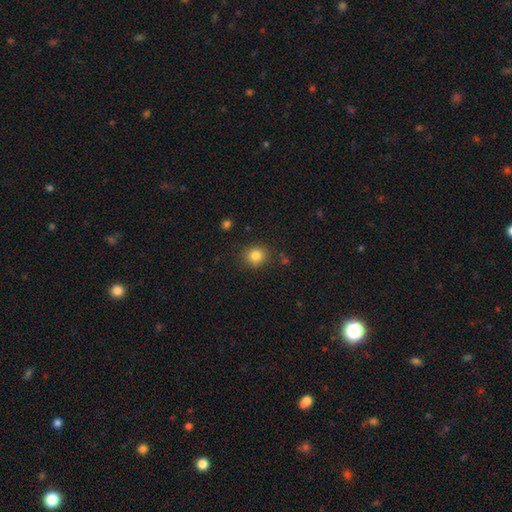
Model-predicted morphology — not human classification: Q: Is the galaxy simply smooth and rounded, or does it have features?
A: smooth — 83%.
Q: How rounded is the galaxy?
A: round — 81%.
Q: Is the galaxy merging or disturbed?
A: none — 85%.